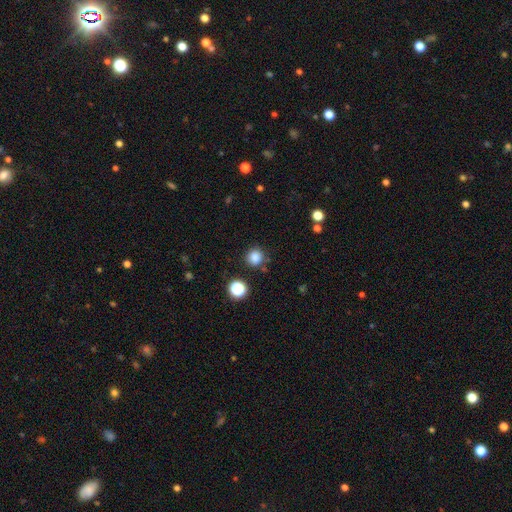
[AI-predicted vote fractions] A smooth galaxy with no disk features (83%) that is round (90%).

Vote fractions:
- Smooth or featured? smooth: 83% / star or artifact: 13% / featured or disk: 4%
- How rounded? round: 90% / in between: 9% / cigar-shaped: 1%
- Merging? none: 84% / minor disturbance: 9% / merger: 4% / major disturbance: 3%